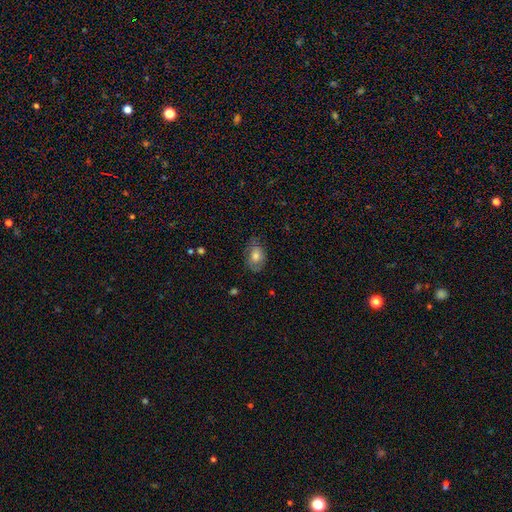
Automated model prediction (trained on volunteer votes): The model was most divided on "smooth or featured": smooth: 63%, featured or disk: 27%, star or artifact: 10%. More confident: how rounded — in between (81%); merging — none (68%).